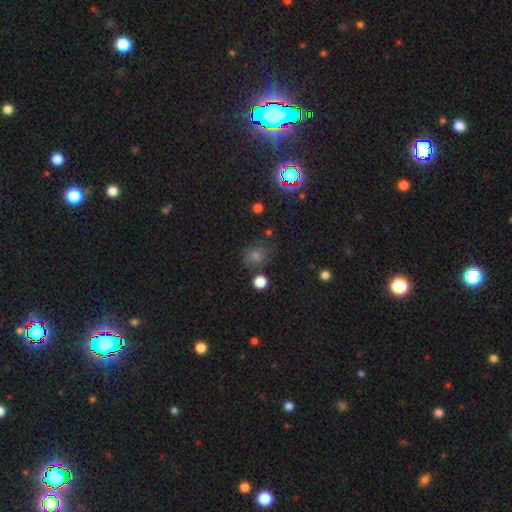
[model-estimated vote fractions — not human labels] Smooth or featured: smooth — 53% (star or artifact — 36%)
How rounded: round — 73% (in between — 26%)
Merging: none — 75% (minor disturbance — 14%)